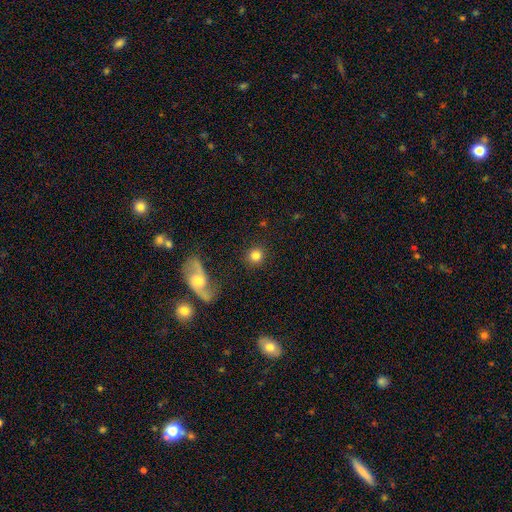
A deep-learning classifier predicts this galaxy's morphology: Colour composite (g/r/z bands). It shows a smooth galaxy with no disk features (81%) that is round (91%). Merging: none (89%).